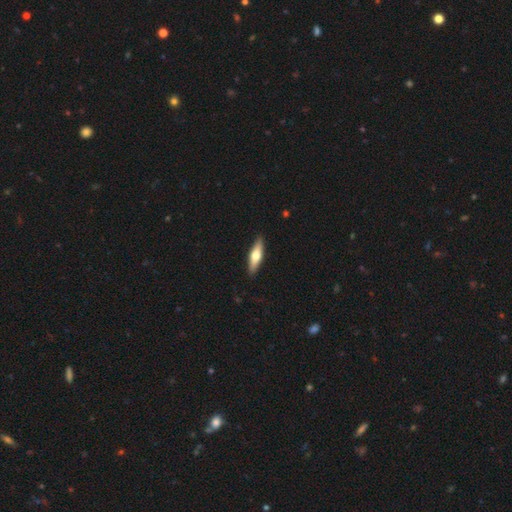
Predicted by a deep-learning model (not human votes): The model was most divided on "smooth or featured": smooth: 53%, featured or disk: 42%, star or artifact: 5%. More confident: merging — none (90%); how rounded — cigar-shaped (65%).